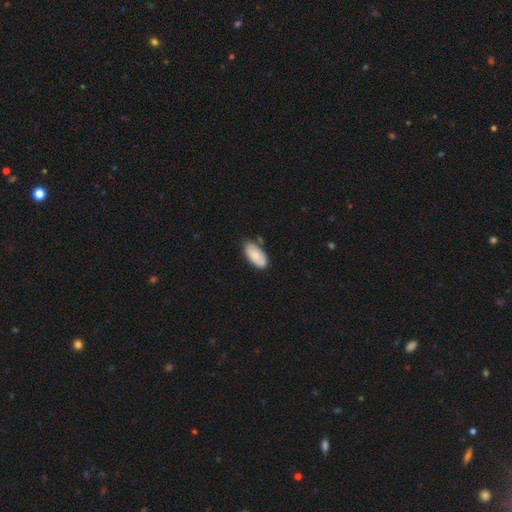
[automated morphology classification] Smooth or featured: smooth — 78% (featured or disk — 15%)
How rounded: in between — 93% (cigar-shaped — 5%)
Merging: none — 71% (minor disturbance — 21%)